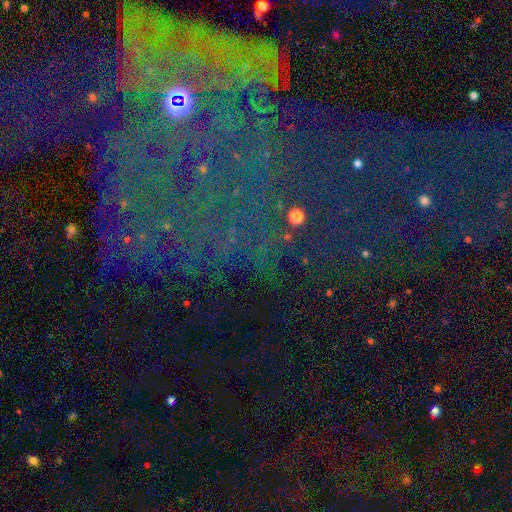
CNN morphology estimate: Smooth or featured? Predicted: star or artifact (p=0.63).